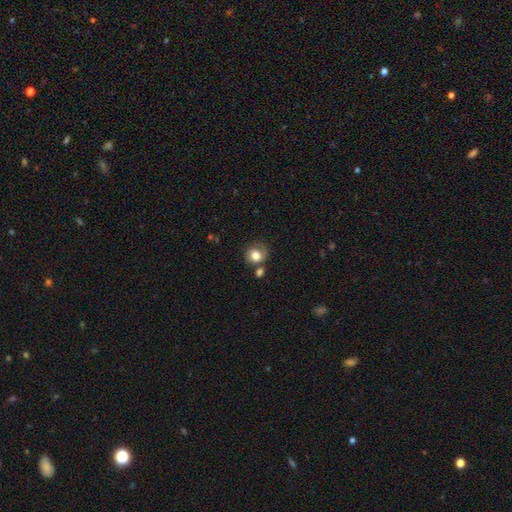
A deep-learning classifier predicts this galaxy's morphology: The model was most divided on "merging": none: 63%, minor disturbance: 18%, merger: 13%, major disturbance: 6%. More confident: how rounded — round (80%); smooth or featured — smooth (80%).